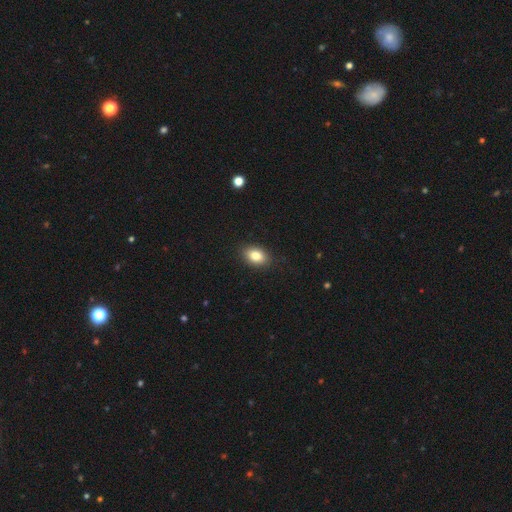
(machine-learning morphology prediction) smooth 84%, star or artifact 8%, featured or disk 8%. Down the decision tree: how rounded — in between (84%); merging — none (89%).